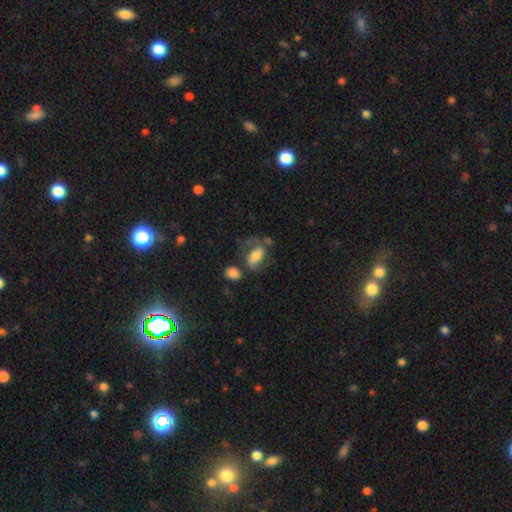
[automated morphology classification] Overall: smooth (56%; featured or disk 35%). How rounded: in between (87%). Merging: none (34%; major disturbance 29%).